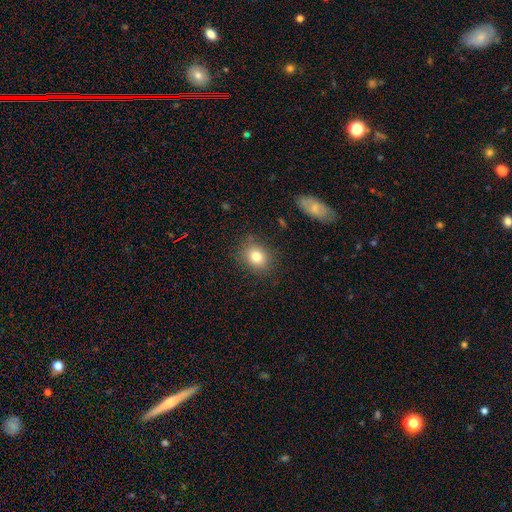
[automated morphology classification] Smooth or featured: smooth — 81% (star or artifact — 10%)
How rounded: round — 54% (in between — 45%)
Merging: none — 84% (minor disturbance — 11%)